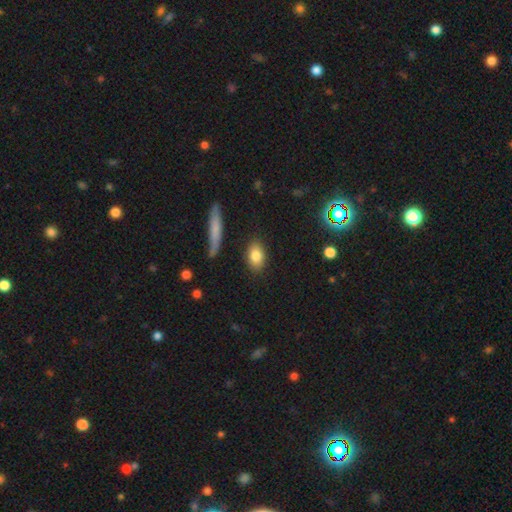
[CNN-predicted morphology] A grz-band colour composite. It shows a smooth galaxy with no disk features (83%) that is in between round and cigar-shaped (83%). Merging: none (85%).